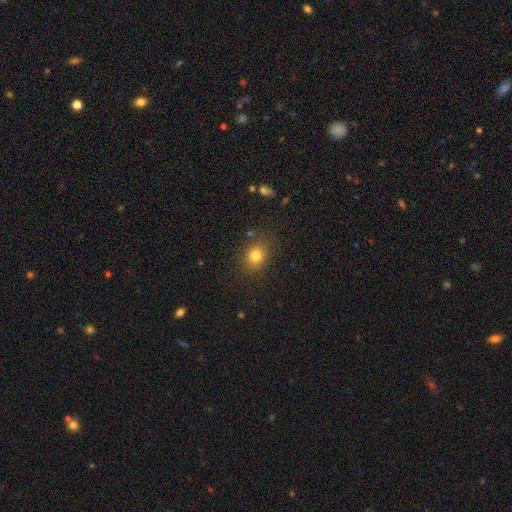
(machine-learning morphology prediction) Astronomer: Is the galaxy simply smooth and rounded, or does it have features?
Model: smooth — 80%.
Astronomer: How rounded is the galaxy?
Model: round — 59% (runner-up: in between, 40%).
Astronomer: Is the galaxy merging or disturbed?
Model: none — 82%.